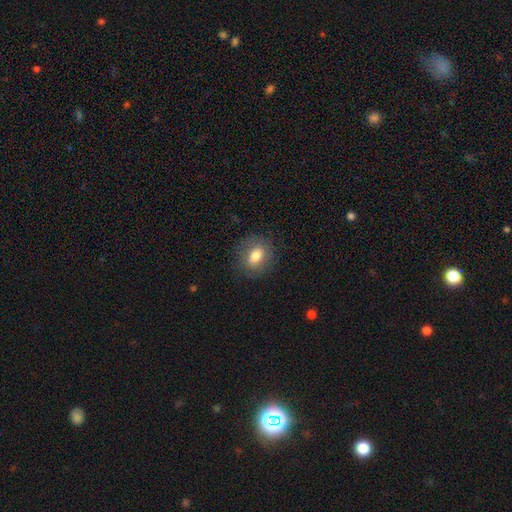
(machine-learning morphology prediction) smooth 75%, featured or disk 17%, star or artifact 9%. Down the decision tree: how rounded — in between (52%); merging — none (84%).